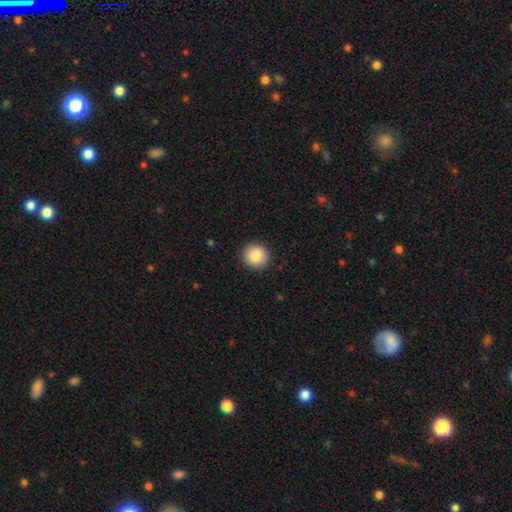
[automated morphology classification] Smooth or featured: smooth — 86% (star or artifact — 8%)
How rounded: round — 91% (in between — 8%)
Merging: none — 91% (minor disturbance — 6%)